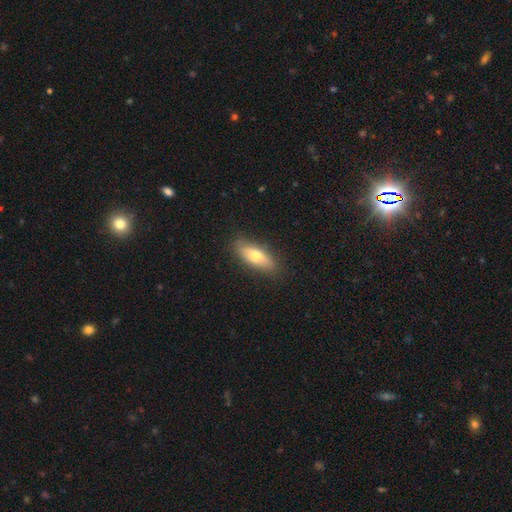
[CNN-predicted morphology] smooth_or_featured: smooth (p=0.64) [alt: featured or disk p=0.30]
how_rounded: in between (p=0.64) [alt: cigar-shaped p=0.32]
merging: none (p=0.84) [alt: minor disturbance p=0.12]